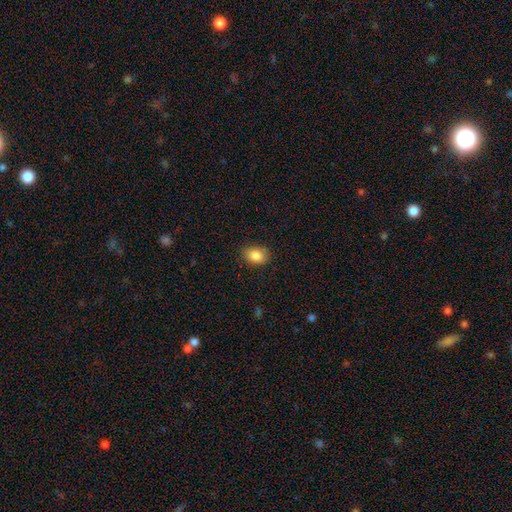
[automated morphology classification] Smooth or featured? Predicted: smooth (p=0.86). How rounded? Predicted: in between (p=0.75). Merging? Predicted: none (p=0.81).